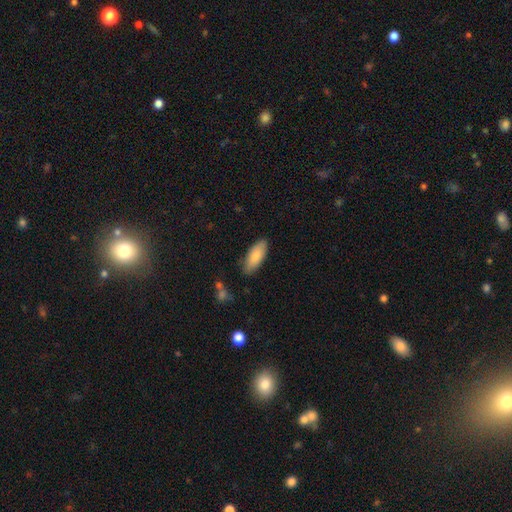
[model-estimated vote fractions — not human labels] smooth 82%, featured or disk 13%, star or artifact 6%. Down the decision tree: how rounded — in between (82%); merging — none (83%).